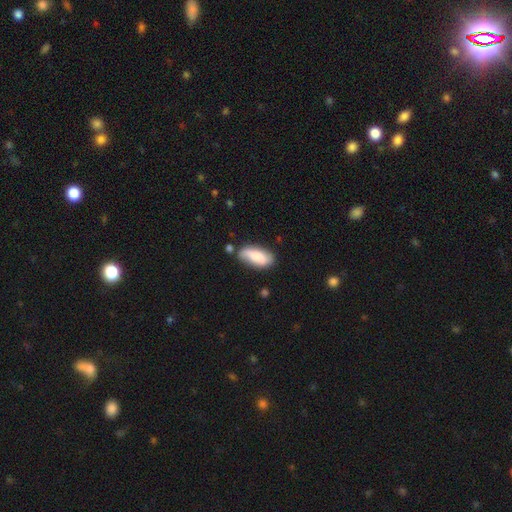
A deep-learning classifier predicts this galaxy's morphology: smooth_or_featured: smooth (p=0.72) [alt: featured or disk p=0.21]
how_rounded: in between (p=0.83) [alt: cigar-shaped p=0.15]
merging: none (p=0.68) [alt: minor disturbance p=0.21]